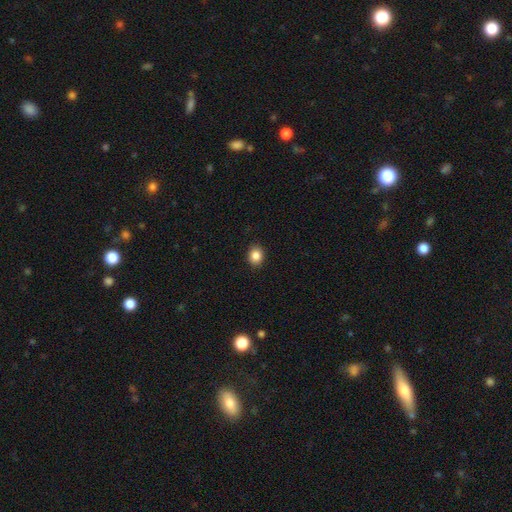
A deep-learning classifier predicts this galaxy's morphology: Q: Smooth or featured?
A: smooth (86%); runner-up: star or artifact (10%)
Q: How rounded?
A: round (59%); runner-up: in between (40%)
Q: Merging?
A: none (89%); runner-up: minor disturbance (8%)